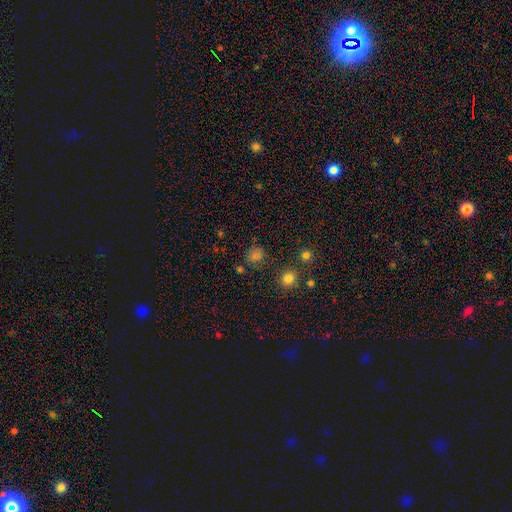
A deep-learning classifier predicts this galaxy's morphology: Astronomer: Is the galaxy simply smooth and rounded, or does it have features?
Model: smooth — 66%.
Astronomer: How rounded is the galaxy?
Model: round — 77%.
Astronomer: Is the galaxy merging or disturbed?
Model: none — 77%.